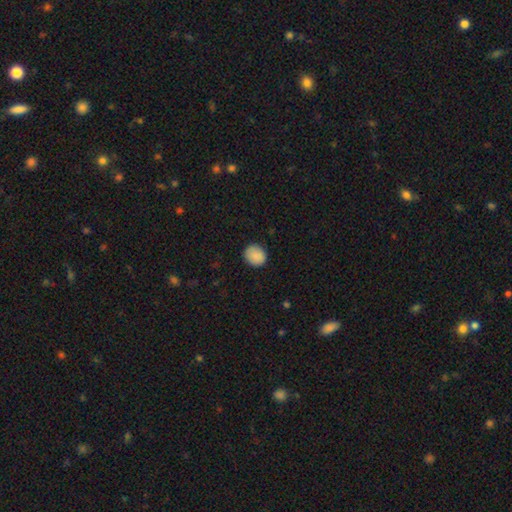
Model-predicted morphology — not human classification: smooth_or_featured: smooth (p=0.89) [alt: star or artifact p=0.08]
how_rounded: round (p=0.80) [alt: in between p=0.19]
merging: none (p=0.87) [alt: minor disturbance p=0.10]